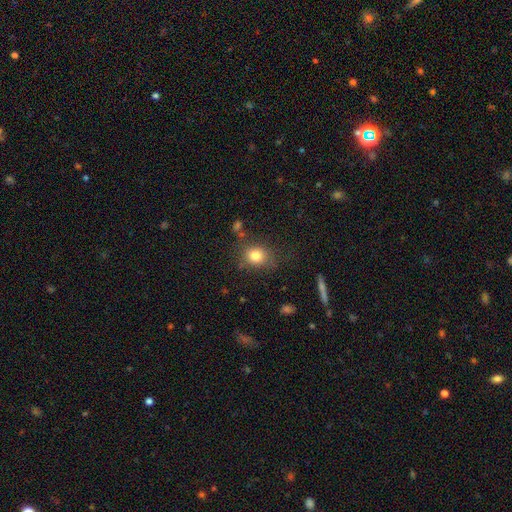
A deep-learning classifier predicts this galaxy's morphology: This is clearly a smooth galaxy (81%). How rounded: likely round (70%). Merging: likely none (75%).